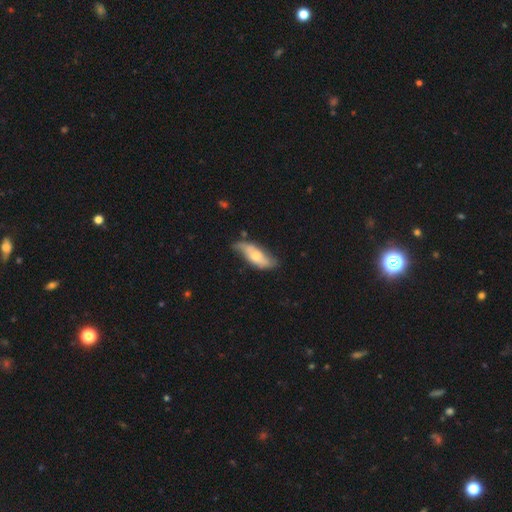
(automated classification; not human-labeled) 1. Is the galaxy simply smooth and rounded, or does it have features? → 47% smooth (tied), 47% featured or disk (tied), 6% star or artifact.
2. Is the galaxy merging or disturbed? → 51% none, 34% minor disturbance, 11% major disturbance, 4% merger.